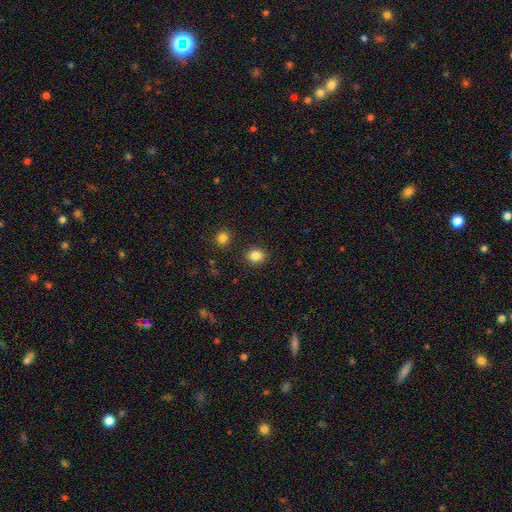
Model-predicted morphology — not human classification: Overall: smooth (85%). How rounded: round (54%; in between 45%). Merging: none (87%).